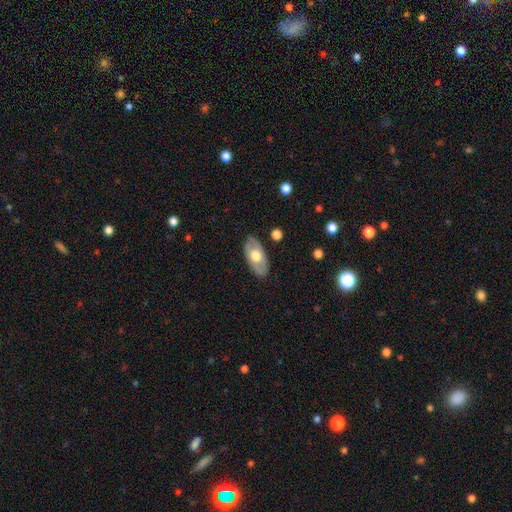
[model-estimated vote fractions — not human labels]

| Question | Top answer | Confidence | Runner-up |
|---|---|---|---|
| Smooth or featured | smooth | 48% | featured or disk (47%) |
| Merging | none | 83% | minor disturbance (13%) |